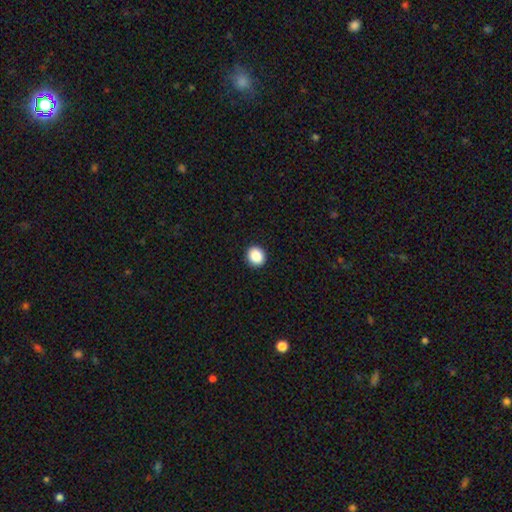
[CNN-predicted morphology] A smooth galaxy with no disk features (88%) that is round (80%). Merging: none (92%).